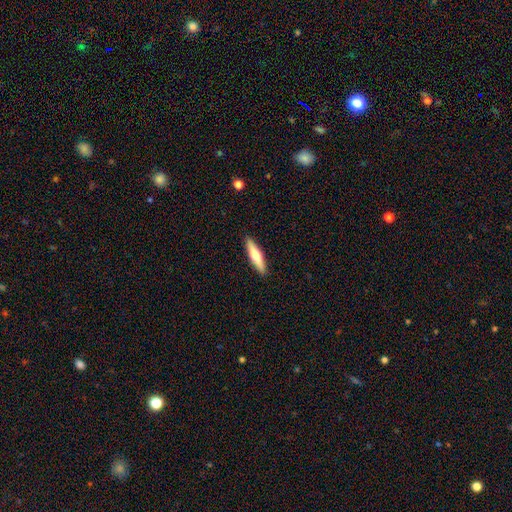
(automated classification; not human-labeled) A smooth galaxy with no disk features (59%) that is cigar-shaped (78%). Merging: none (91%).